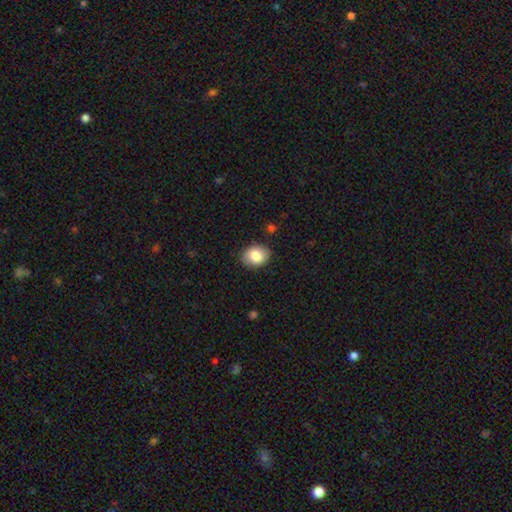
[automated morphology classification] This is clearly a smooth galaxy (83%). How rounded: possibly in between (57%). Merging: clearly none (86%).